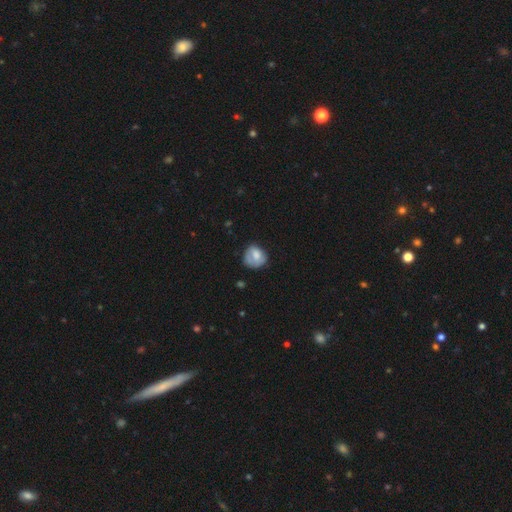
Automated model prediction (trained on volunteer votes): smooth 69%, featured or disk 23%, star or artifact 8%. Down the decision tree: how rounded — round (73%); merging — none (54%).